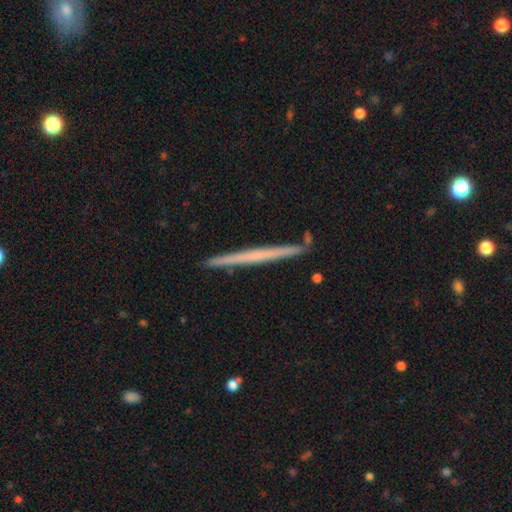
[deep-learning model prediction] Smooth or featured? featured or disk (55%)
Edge-on disk? yes (98%)
Edge-on bulge? none (87%)
Merging? none (90%)